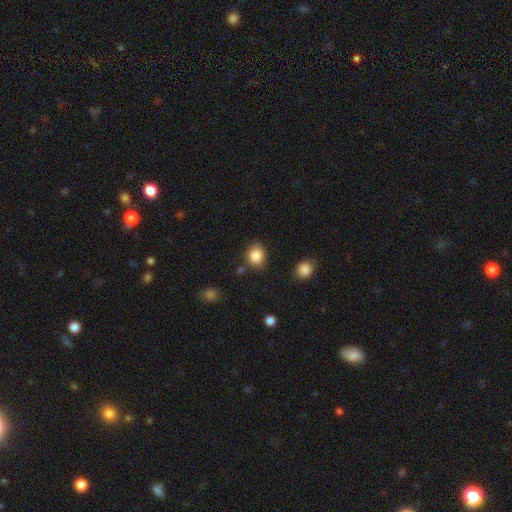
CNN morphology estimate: Smooth or featured? Predicted: smooth (p=0.87). How rounded? Predicted: round (p=0.57). Merging? Predicted: none (p=0.78).